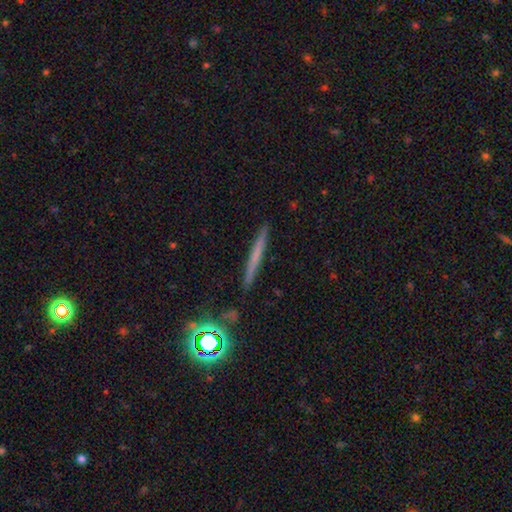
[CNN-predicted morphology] Smooth or featured: smooth — 45% (featured or disk — 42%)
Merging: none — 89% (minor disturbance — 7%)